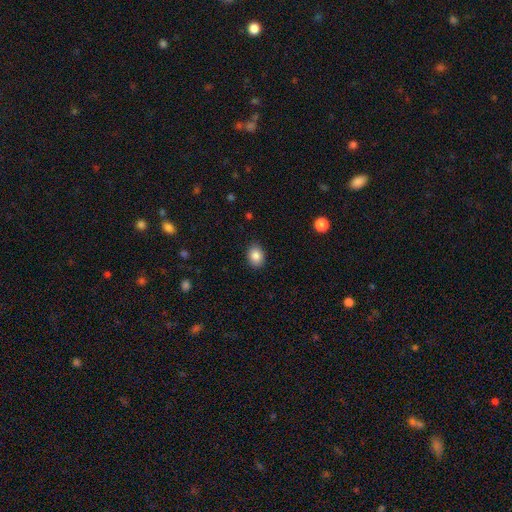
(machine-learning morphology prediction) Q: Smooth or featured?
A: smooth (86%); runner-up: star or artifact (9%)
Q: How rounded?
A: in between (65%); runner-up: round (34%)
Q: Merging?
A: none (88%); runner-up: minor disturbance (9%)